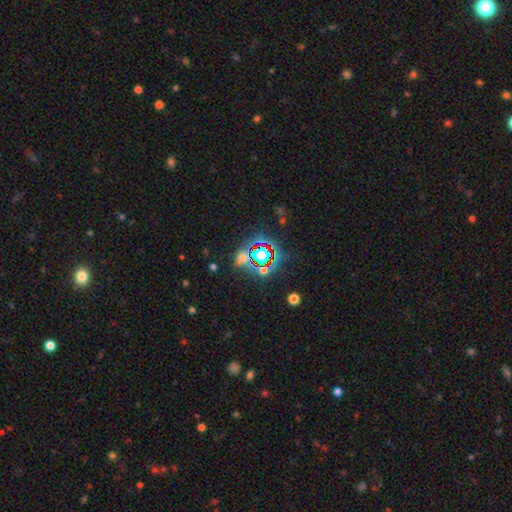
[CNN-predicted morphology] smooth_or_featured: star or artifact (p=0.79) [alt: smooth p=0.11]